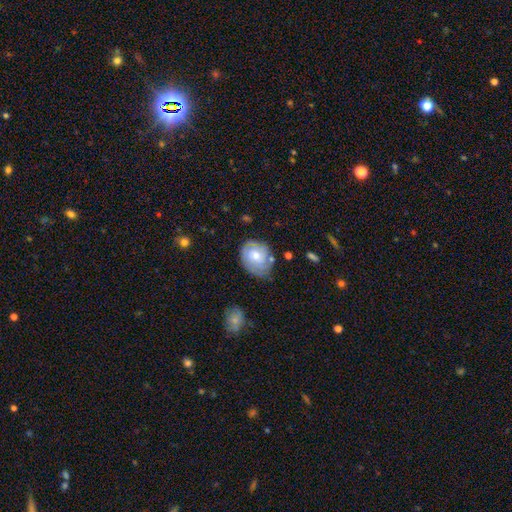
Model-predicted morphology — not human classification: Smooth or featured?
  - smooth: 48% *
  - featured or disk: 45%
  - star or artifact: 7%
Merging?
  - none: 60% *
  - minor disturbance: 28%
  - major disturbance: 8%
  - merger: 4%